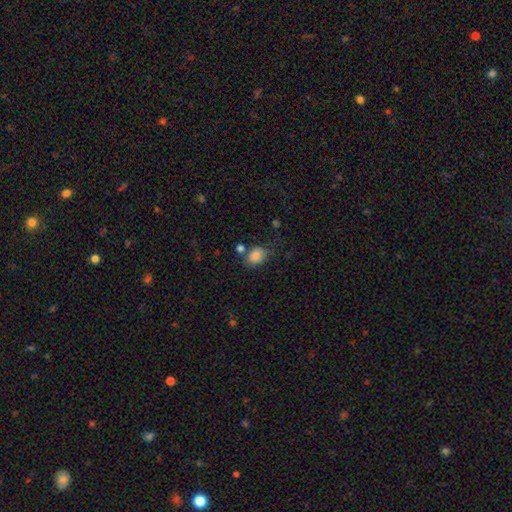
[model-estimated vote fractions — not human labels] Smooth or featured? Predicted: smooth (p=0.85). How rounded? Predicted: in between (p=0.58). Merging? Predicted: none (p=0.60).